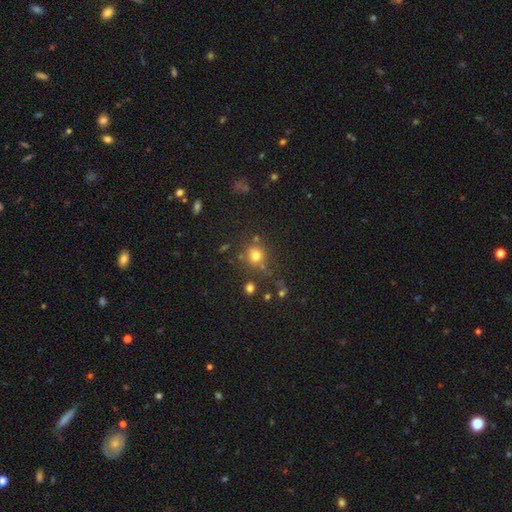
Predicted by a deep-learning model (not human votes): Overall: smooth (72%). How rounded: round (88%). Merging: none (72%).